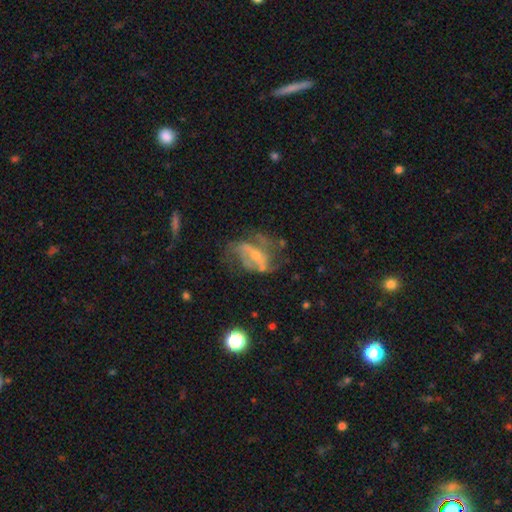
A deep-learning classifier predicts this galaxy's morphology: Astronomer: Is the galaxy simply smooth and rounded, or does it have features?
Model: featured or disk — 71%.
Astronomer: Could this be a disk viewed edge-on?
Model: no — 95%.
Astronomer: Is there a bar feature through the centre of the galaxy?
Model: no — 48% (runner-up: weak, 34%).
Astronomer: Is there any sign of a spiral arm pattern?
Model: yes — 67%.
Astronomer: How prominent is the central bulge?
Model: small — 64%.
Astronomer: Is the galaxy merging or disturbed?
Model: none — 43% (runner-up: major disturbance, 31%).